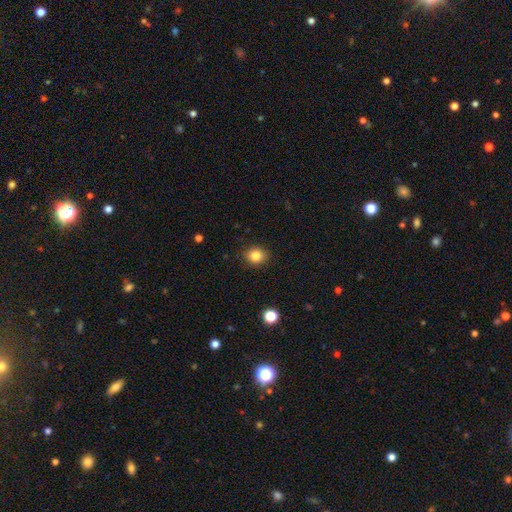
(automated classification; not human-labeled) smooth-or-featured: smooth: 84% | star or artifact: 11% | featured or disk: 5%
  how-rounded: round: 77% | in between: 22% | cigar-shaped: 1%
  merging: none: 89% | minor disturbance: 8% | major disturbance: 2% | merger: 1%